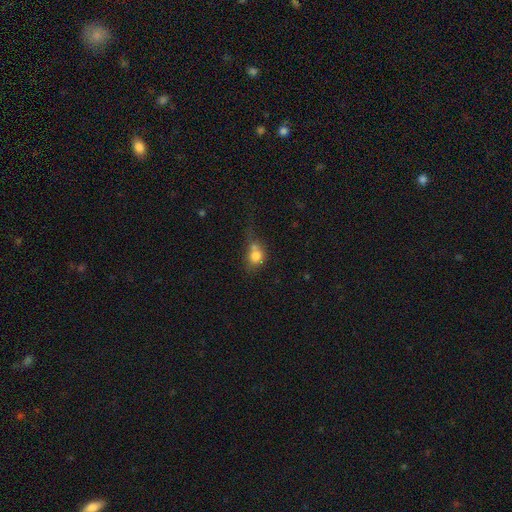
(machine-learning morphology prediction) smooth_or_featured: smooth (p=0.75) [alt: featured or disk p=0.14]
how_rounded: round (p=0.58) [alt: in between p=0.40]
merging: merger (p=0.33) [alt: none p=0.31]